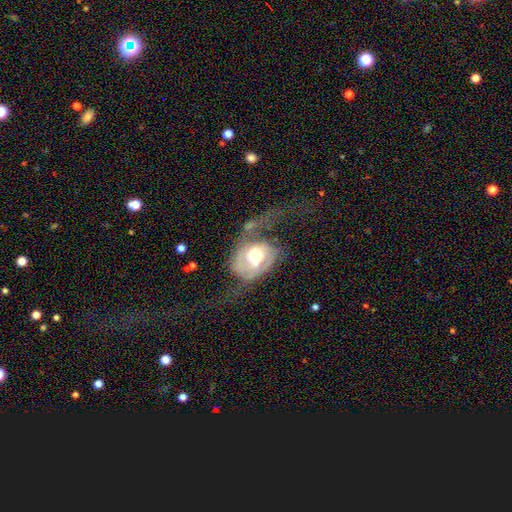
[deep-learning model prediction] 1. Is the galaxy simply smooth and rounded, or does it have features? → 74% featured or disk, 20% smooth, 6% star or artifact.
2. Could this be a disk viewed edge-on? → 96% no, 4% yes.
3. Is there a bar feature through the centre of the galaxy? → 60% no, 31% weak, 9% strong.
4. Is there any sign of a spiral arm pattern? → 78% yes, 22% no.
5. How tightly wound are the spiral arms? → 36% medium, 35% tight, 28% loose.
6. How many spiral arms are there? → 46% 2, 24% can't tell, 20% 1, 5% 3, 2% 4, 2% more than 4.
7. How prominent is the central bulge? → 61% moderate, 19% large, 17% small, 2% dominant, 2% none.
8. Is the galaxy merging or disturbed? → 56% major disturbance, 20% none, 17% minor disturbance, 6% merger.